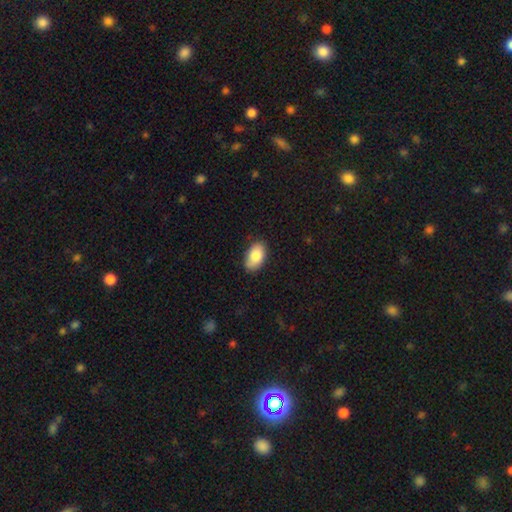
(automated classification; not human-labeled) Smooth or featured?
  - smooth: 84% *
  - featured or disk: 9%
  - star or artifact: 7%
How rounded?
  - in between: 94% *
  - round: 5%
  - cigar-shaped: 2%
Merging?
  - none: 83% *
  - minor disturbance: 14%
  - major disturbance: 2%
  - merger: 1%